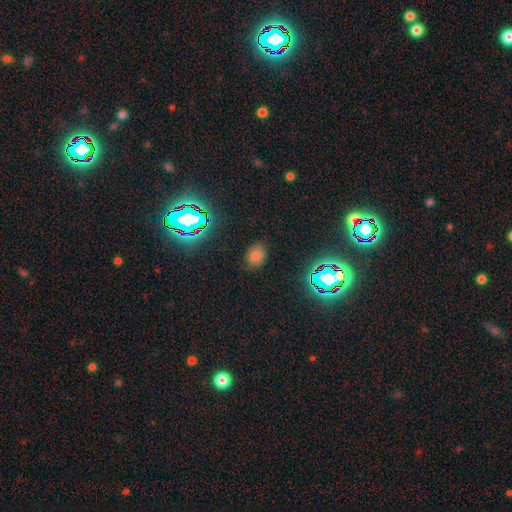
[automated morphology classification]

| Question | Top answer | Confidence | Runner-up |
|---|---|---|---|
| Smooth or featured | smooth | 70% | star or artifact (22%) |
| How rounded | in between | 62% | round (37%) |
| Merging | none | 79% | minor disturbance (15%) |